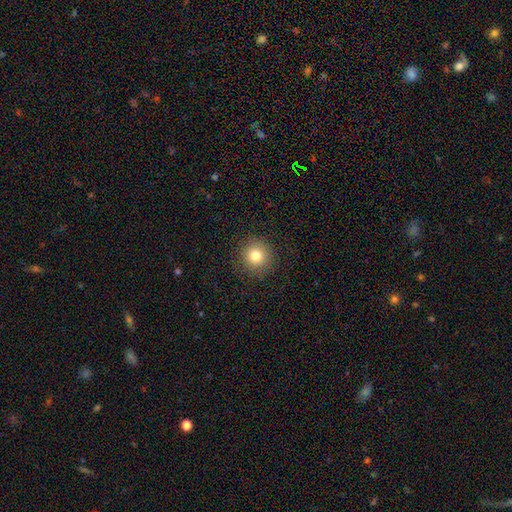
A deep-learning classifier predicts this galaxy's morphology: smooth 80%, star or artifact 12%, featured or disk 8%. Down the decision tree: how rounded — round (94%); merging — none (90%).